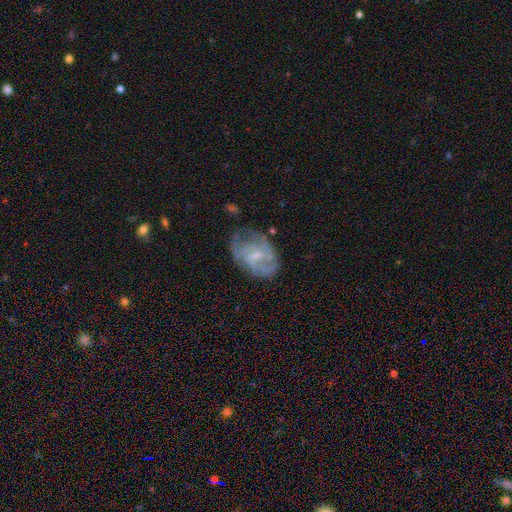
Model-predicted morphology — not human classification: type=featured or disk (73%); edge-on=no (97%); bar=weak (52%); spiral arms=yes (81%); winding=medium (44%); arm count=can't tell (37%); bulge=small (56%); merging=none (53%).